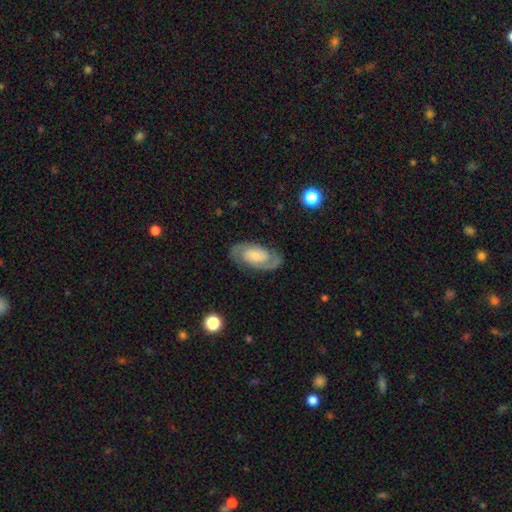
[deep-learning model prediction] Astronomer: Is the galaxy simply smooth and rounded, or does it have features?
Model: featured or disk — 75%.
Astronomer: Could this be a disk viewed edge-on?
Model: no — 96%.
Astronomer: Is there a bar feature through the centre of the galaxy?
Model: no — 56% (runner-up: weak, 34%).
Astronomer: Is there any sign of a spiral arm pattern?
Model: yes — 92%.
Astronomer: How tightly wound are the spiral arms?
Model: tight — 44%, tied with medium at 44%.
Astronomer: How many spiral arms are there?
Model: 2 — 88%.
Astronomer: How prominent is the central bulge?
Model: small — 34% (runner-up: moderate, 27%).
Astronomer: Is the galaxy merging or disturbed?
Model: none — 83%.